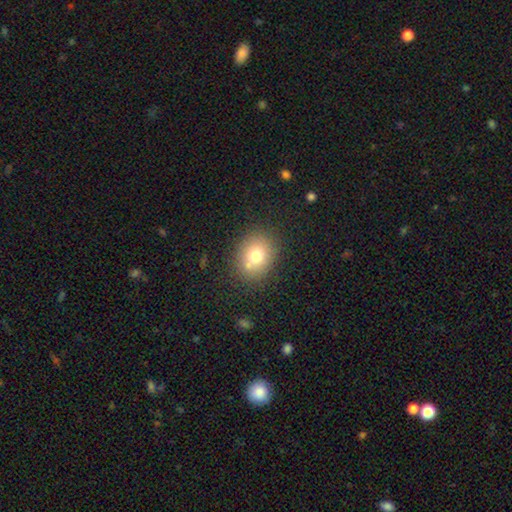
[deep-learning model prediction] Q: Smooth or featured?
A: smooth (73%); runner-up: featured or disk (15%)
Q: How rounded?
A: round (62%); runner-up: in between (38%)
Q: Merging?
A: none (72%); runner-up: minor disturbance (13%)